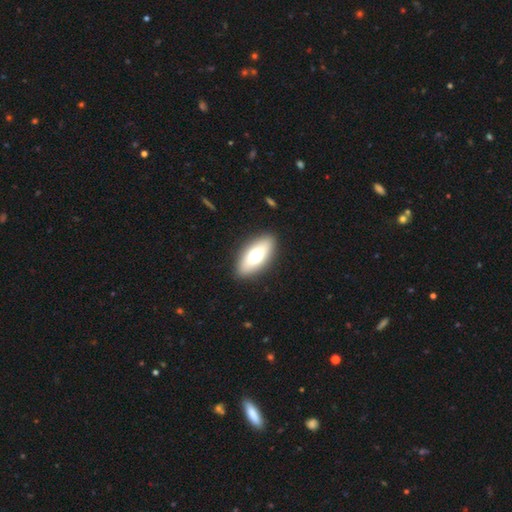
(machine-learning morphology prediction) Q: Smooth or featured?
A: smooth (64%); runner-up: featured or disk (28%)
Q: How rounded?
A: in between (82%); runner-up: cigar-shaped (14%)
Q: Merging?
A: none (89%); runner-up: minor disturbance (8%)